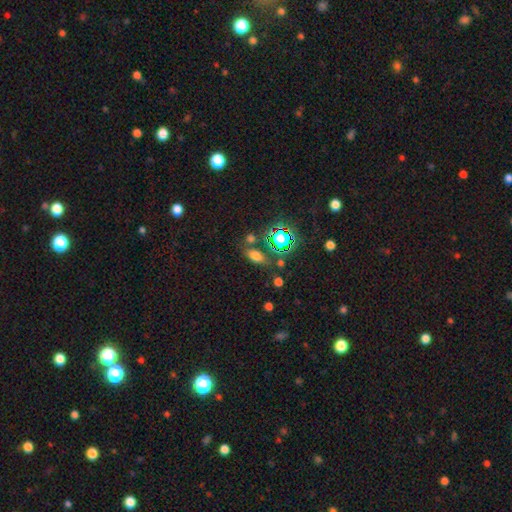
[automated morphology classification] smooth-or-featured: smooth: 65% | star or artifact: 25% | featured or disk: 10%
  how-rounded: in between: 78% | round: 14% | cigar-shaped: 8%
  merging: none: 72% | minor disturbance: 14% | merger: 9% | major disturbance: 5%